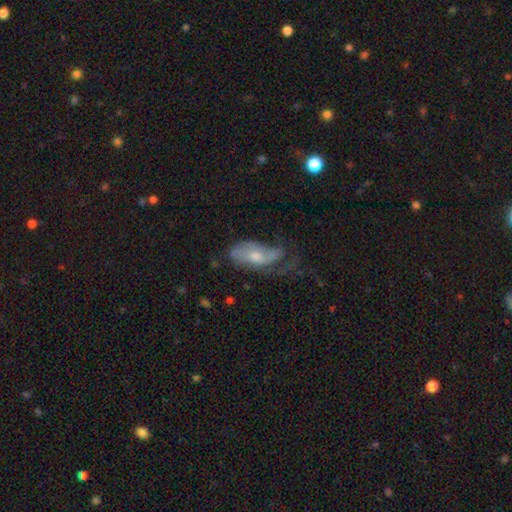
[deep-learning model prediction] Smooth or featured? Predicted: featured or disk (p=0.52). Edge-on disk? Predicted: no (p=0.87). Merging? Predicted: major disturbance (p=0.37).